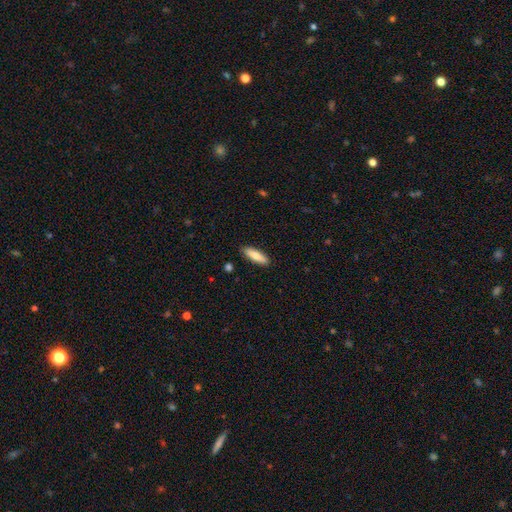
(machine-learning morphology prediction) Q: Smooth or featured?
A: smooth (81%); runner-up: featured or disk (13%)
Q: How rounded?
A: cigar-shaped (58%); runner-up: in between (41%)
Q: Merging?
A: none (89%); runner-up: minor disturbance (8%)